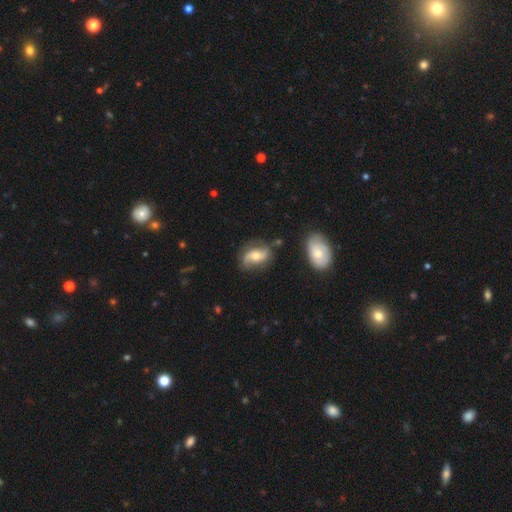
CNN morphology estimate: A featured or disk galaxy (69%) with no bar (46%), 2 (87%) loose (62%) spiral arms (90%) and a moderate central bulge (65%).

Vote fractions:
- Smooth or featured? featured or disk: 69% / smooth: 24% / star or artifact: 7%
- Edge-on disk? no: 94% / yes: 6%
- Bar? no: 46% / weak: 36% / strong: 18%
- Spiral arms? yes: 90% / no: 10%
- Spiral winding? loose: 62% / medium: 27% / tight: 11%
- Spiral arm count? 2: 87% / can't tell: 6% / 1: 4% / 3: 1% / 4: 1% / more than 4: 1%
- Bulge size? moderate: 65% / small: 27% / large: 6% / none: 2% / dominant: 1%
- Merging? none: 69% / minor disturbance: 20% / major disturbance: 7% / merger: 5%